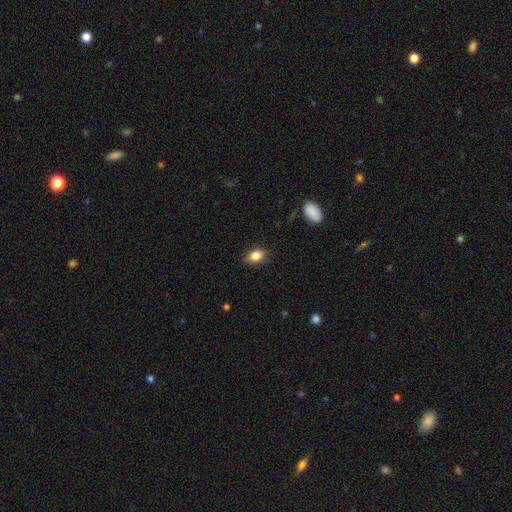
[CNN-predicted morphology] smooth_or_featured: smooth (p=0.83) [alt: star or artifact p=0.09]
how_rounded: in between (p=0.81) [alt: round p=0.17]
merging: none (p=0.86) [alt: minor disturbance p=0.11]